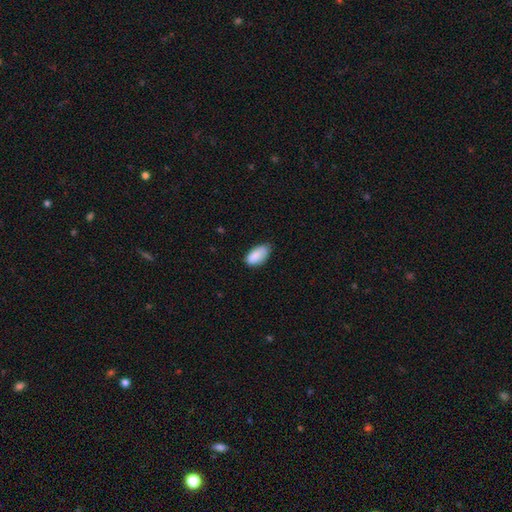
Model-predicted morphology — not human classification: smooth_or_featured: smooth (p=0.85) [alt: featured or disk p=0.08]
how_rounded: in between (p=0.93) [alt: cigar-shaped p=0.03]
merging: none (p=0.60) [alt: minor disturbance p=0.33]